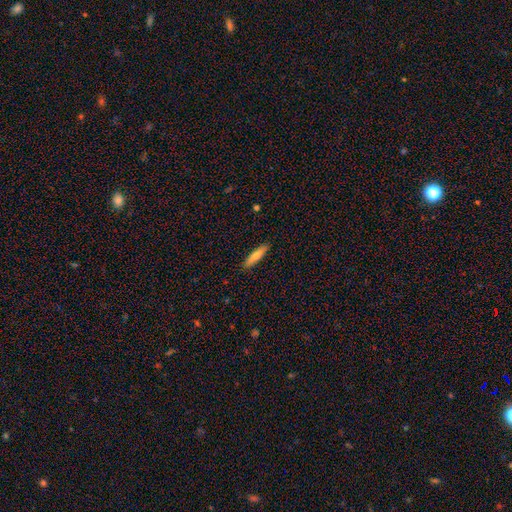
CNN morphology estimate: smooth 69%, featured or disk 26%, star or artifact 6%. Down the decision tree: how rounded — cigar-shaped (84%); merging — none (90%).